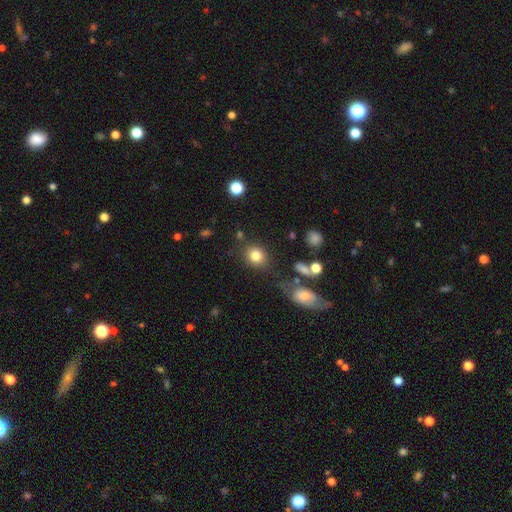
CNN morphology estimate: A smooth galaxy with no disk features (82%) that is round (70%).

Vote fractions:
- Smooth or featured? smooth: 82% / star or artifact: 11% / featured or disk: 8%
- How rounded? round: 70% / in between: 29% / cigar-shaped: 1%
- Merging? none: 77% / minor disturbance: 12% / merger: 5% / major disturbance: 5%